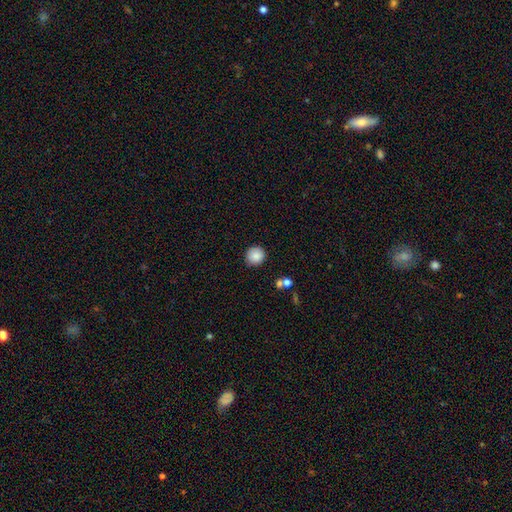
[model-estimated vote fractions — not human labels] A smooth galaxy with no disk features (85%) that is round (91%). Merging: none (87%).